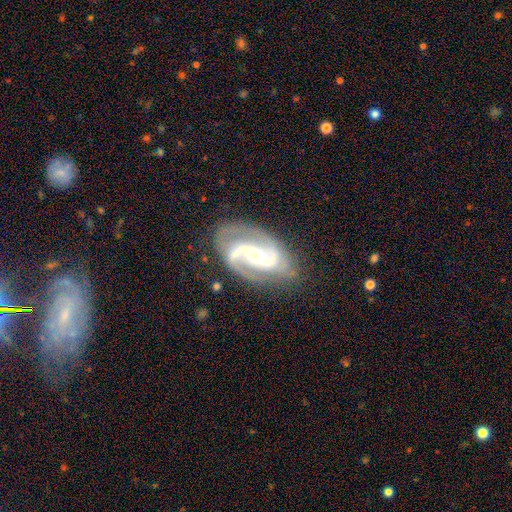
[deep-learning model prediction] Smooth or featured?
  - featured or disk: 91% *
  - star or artifact: 5%
  - smooth: 4%
Edge-on disk?
  - no: 97% *
  - yes: 3%
Bar?
  - weak: 39% *
  - strong: 33%
  - no: 28%
Spiral arms?
  - yes: 98% *
  - no: 2%
Spiral winding?
  - medium: 59% *
  - tight: 23%
  - loose: 19%
Spiral arm count?
  - 2: 87% *
  - 3: 6%
  - can't tell: 3%
  - 1: 2%
  - 4: 1%
  - more than 4: 1%
Bulge size?
  - moderate: 50% *
  - small: 46%
  - large: 3%
  - none: 1%
  - dominant: 1%
Merging?
  - none: 76% *
  - minor disturbance: 16%
  - major disturbance: 6%
  - merger: 2%